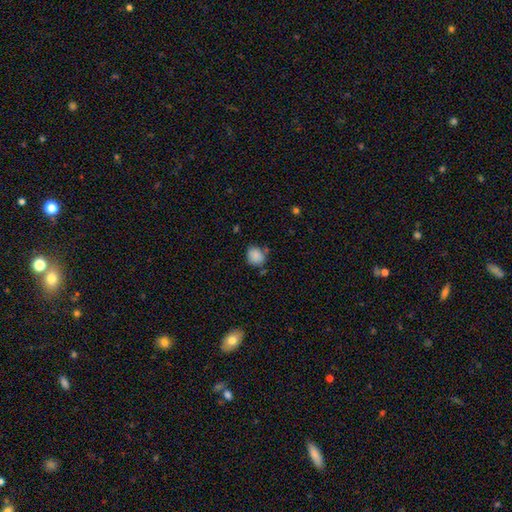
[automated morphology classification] Smooth or featured? smooth (86%)
How rounded? round (73%)
Merging? none (71%)